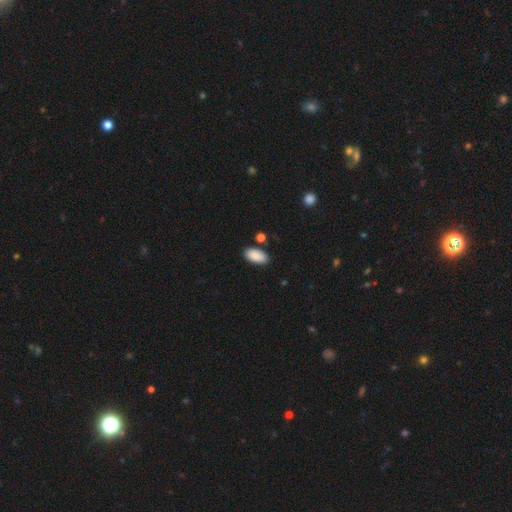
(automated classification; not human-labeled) A smooth galaxy with no disk features (89%) that is in between round and cigar-shaped (94%). Merging: none (83%).